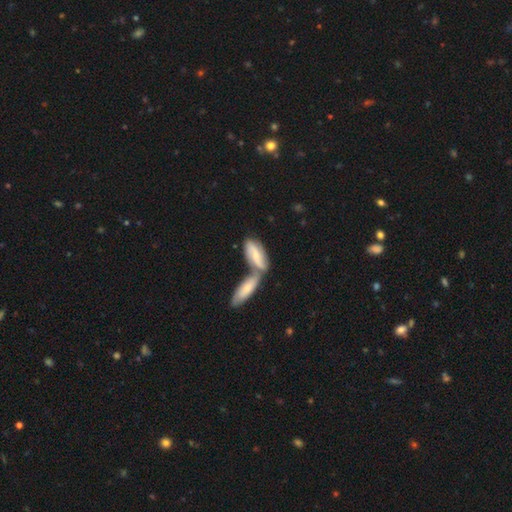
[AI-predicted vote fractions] Smooth or featured? smooth (47%, tied with featured or disk)
Merging? merger (57%)